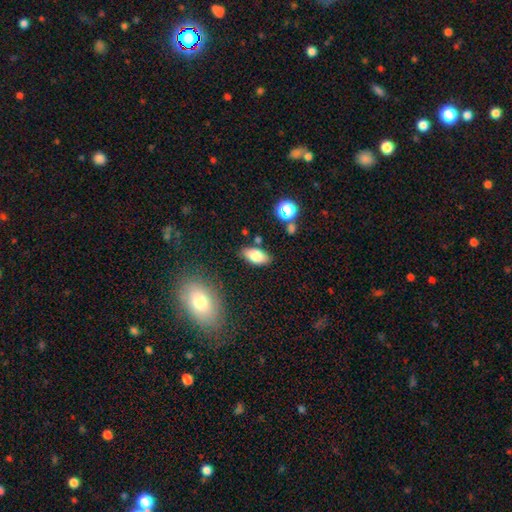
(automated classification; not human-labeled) The model was most divided on "smooth or featured": smooth: 80%, featured or disk: 12%, star or artifact: 9%. More confident: how rounded — in between (90%); merging — none (81%).